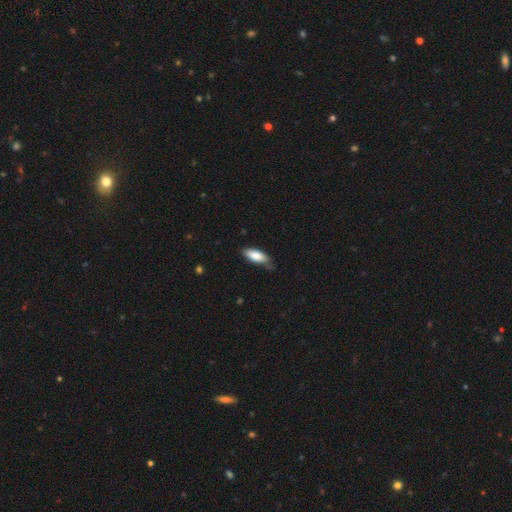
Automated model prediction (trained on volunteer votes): A smooth galaxy with no disk features (82%) that is in between round and cigar-shaped (79%).

Vote fractions:
- Smooth or featured? smooth: 82% / featured or disk: 12% / star or artifact: 6%
- How rounded? in between: 79% / cigar-shaped: 20% / round: 2%
- Merging? none: 61% / minor disturbance: 31% / major disturbance: 6% / merger: 2%